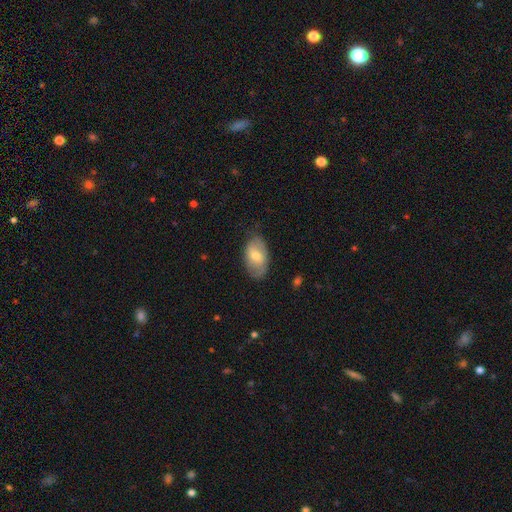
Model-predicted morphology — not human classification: Smooth or featured: smooth — 61% (featured or disk — 33%)
How rounded: in between — 92% (round — 6%)
Merging: none — 72% (minor disturbance — 22%)